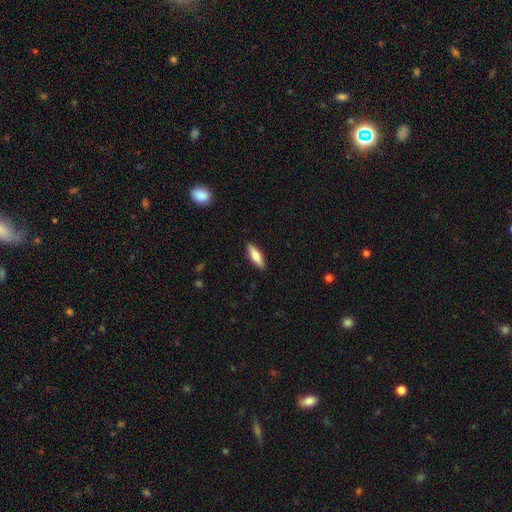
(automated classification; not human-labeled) smooth 74%, featured or disk 20%, star or artifact 6%. Down the decision tree: how rounded — in between (50%); merging — none (89%).